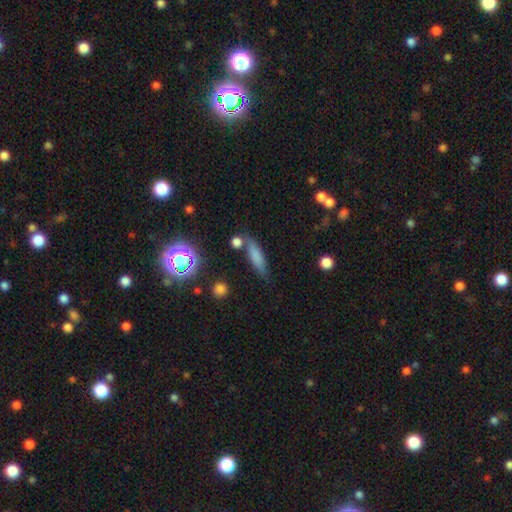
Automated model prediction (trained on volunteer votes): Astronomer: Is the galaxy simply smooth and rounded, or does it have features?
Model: smooth — 70%.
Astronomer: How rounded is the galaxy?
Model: cigar-shaped — 66%.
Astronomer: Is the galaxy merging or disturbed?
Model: none — 68%.